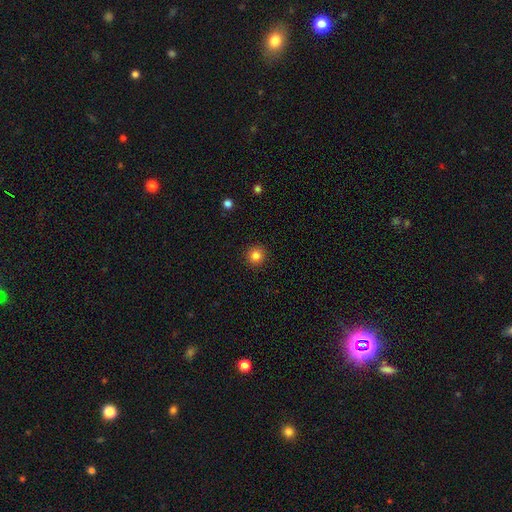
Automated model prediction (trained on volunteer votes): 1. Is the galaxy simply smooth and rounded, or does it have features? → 84% smooth, 11% star or artifact, 5% featured or disk.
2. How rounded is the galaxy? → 94% round, 5% in between, 1% cigar-shaped.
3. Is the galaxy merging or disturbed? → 92% none, 5% minor disturbance, 2% major disturbance, 1% merger.